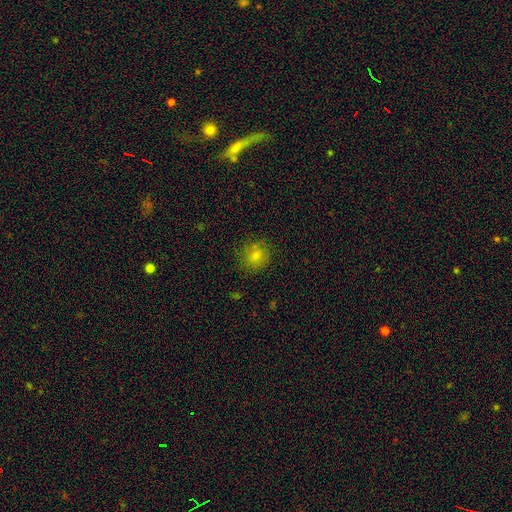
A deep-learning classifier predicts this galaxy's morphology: type=smooth (72%); roundness=round (85%); merging=none (84%).